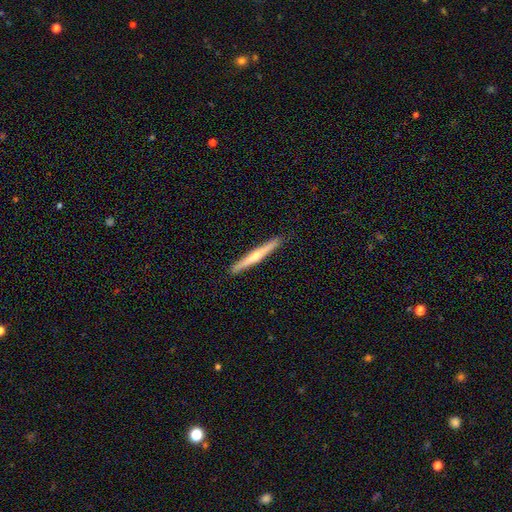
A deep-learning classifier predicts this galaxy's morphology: Smooth or featured? featured or disk (63%)
Edge-on disk? yes (97%)
Edge-on bulge? rounded (80%)
Merging? none (92%)